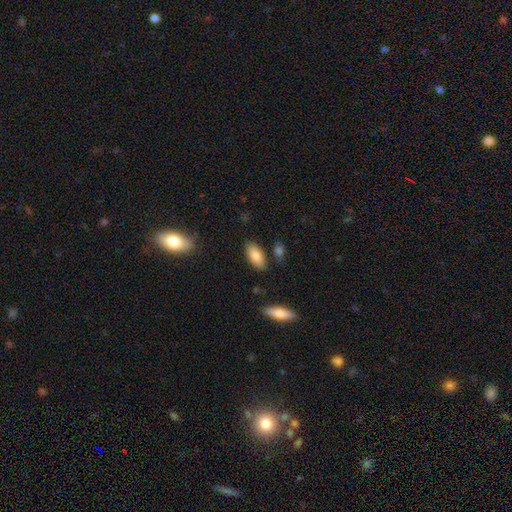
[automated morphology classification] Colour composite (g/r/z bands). It shows a smooth galaxy with no disk features (84%) that is in between round and cigar-shaped (89%). Merging: none (82%).